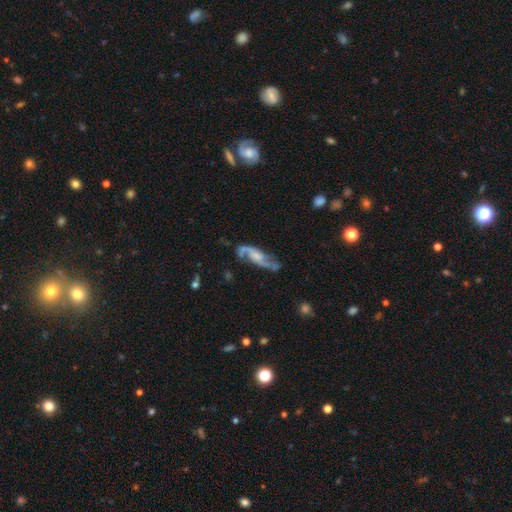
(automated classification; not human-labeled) The model was most divided on "bulge size": small: 38%, moderate: 29%, none: 24%, large: 7%, dominant: 2%. Remaining: spiral arms — yes (95%); spiral arm count — 2 (90%); edge-on disk — no (88%); smooth or featured — featured or disk (82%); merging — none (64%); spiral winding — loose (56%); bar — no (50%).